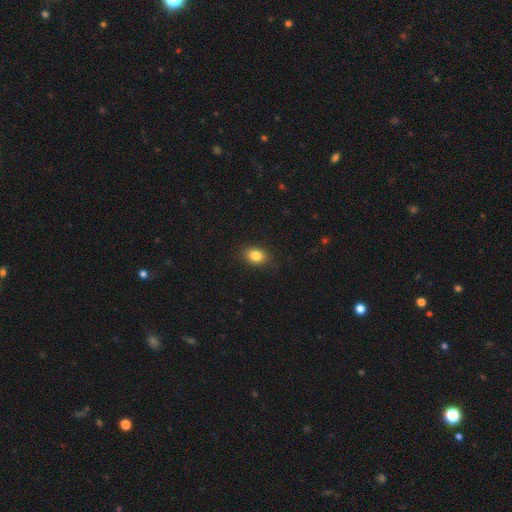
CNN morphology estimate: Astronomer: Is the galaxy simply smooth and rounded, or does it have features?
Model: smooth — 84%.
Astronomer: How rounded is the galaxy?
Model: in between — 74%.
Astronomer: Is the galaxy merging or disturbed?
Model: none — 88%.